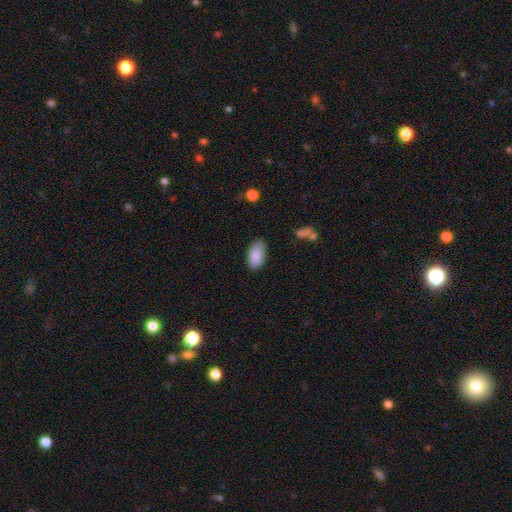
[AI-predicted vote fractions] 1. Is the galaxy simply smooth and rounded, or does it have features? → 88% smooth, 7% star or artifact, 5% featured or disk.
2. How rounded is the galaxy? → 95% in between, 3% round, 2% cigar-shaped.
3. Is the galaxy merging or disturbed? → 81% none, 15% minor disturbance, 3% major disturbance, 1% merger.